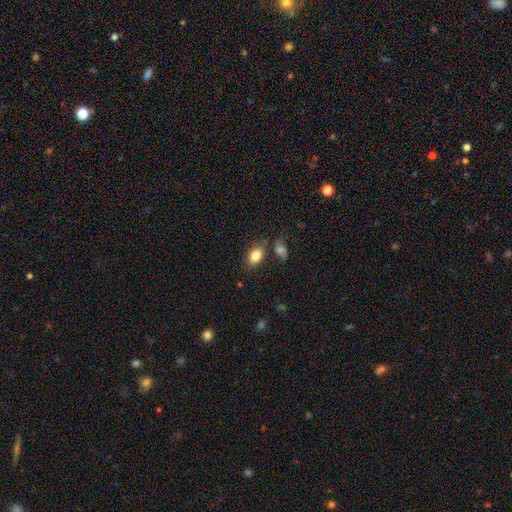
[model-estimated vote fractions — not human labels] Morphology: type=smooth (82%); roundness=in between (81%); merging=none (73%).